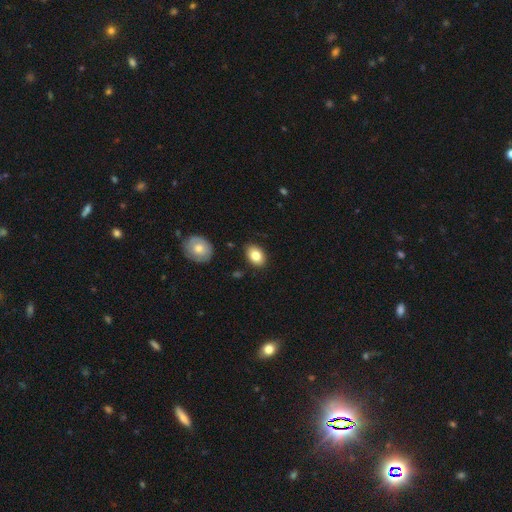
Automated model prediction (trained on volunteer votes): This is clearly a smooth galaxy (83%). How rounded: clearly in between (84%). Merging: clearly none (86%).